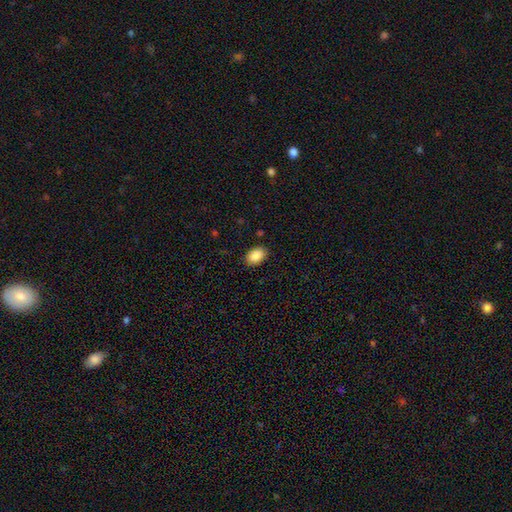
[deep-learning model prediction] Smooth or featured: smooth — 89% (star or artifact — 7%)
How rounded: in between — 87% (round — 12%)
Merging: none — 88% (minor disturbance — 9%)